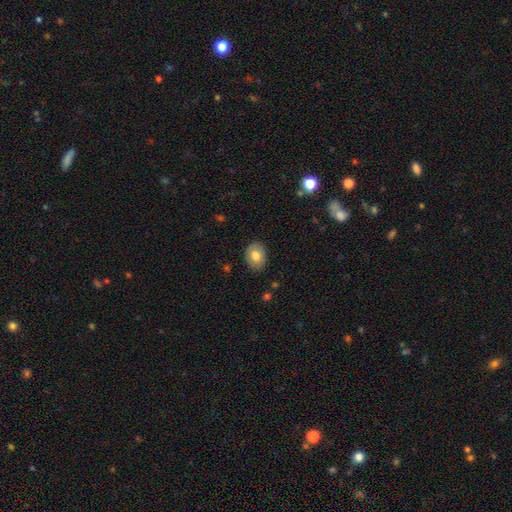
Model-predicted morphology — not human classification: smooth_or_featured: smooth (p=0.77) [alt: featured or disk p=0.15]
how_rounded: in between (p=0.68) [alt: round p=0.32]
merging: none (p=0.86) [alt: minor disturbance p=0.11]